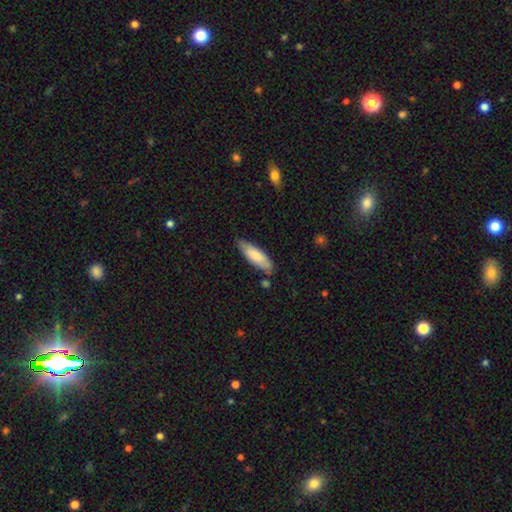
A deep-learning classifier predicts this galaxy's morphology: A smooth galaxy with no disk features (79%) that is in between round and cigar-shaped (51%).

Vote fractions:
- Smooth or featured? smooth: 79% / featured or disk: 15% / star or artifact: 5%
- How rounded? in between: 51% / cigar-shaped: 47% / round: 1%
- Merging? none: 76% / minor disturbance: 18% / merger: 4% / major disturbance: 3%